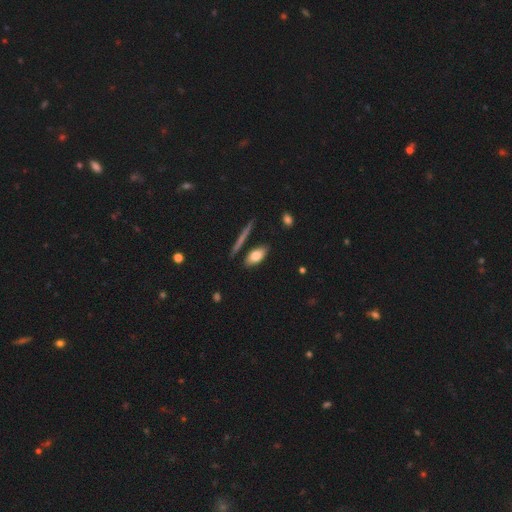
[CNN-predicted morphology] A smooth galaxy with no disk features (77%) that is in between round and cigar-shaped (78%).

Vote fractions:
- Smooth or featured? smooth: 77% / featured or disk: 16% / star or artifact: 7%
- How rounded? in between: 78% / cigar-shaped: 17% / round: 4%
- Merging? none: 78% / minor disturbance: 13% / merger: 5% / major disturbance: 3%